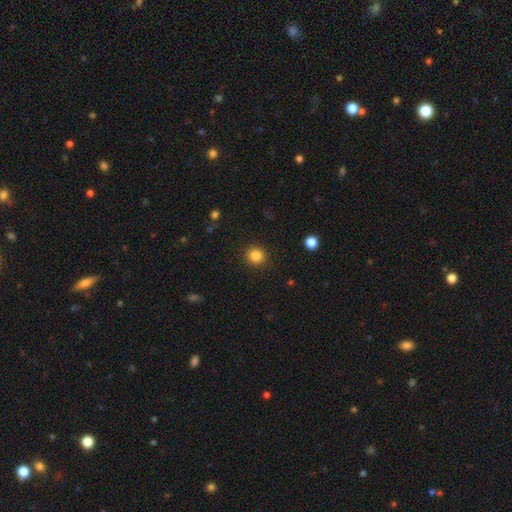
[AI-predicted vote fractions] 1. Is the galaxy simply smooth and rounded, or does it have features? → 84% smooth, 11% star or artifact, 4% featured or disk.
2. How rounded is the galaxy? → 90% round, 9% in between, 1% cigar-shaped.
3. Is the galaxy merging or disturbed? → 91% none, 6% minor disturbance, 2% major disturbance, 1% merger.